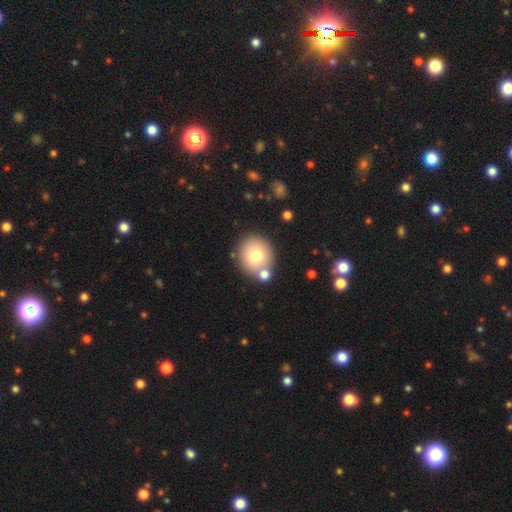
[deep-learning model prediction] smooth 74%, featured or disk 16%, star or artifact 10%. Down the decision tree: how rounded — round (82%); merging — none (70%).